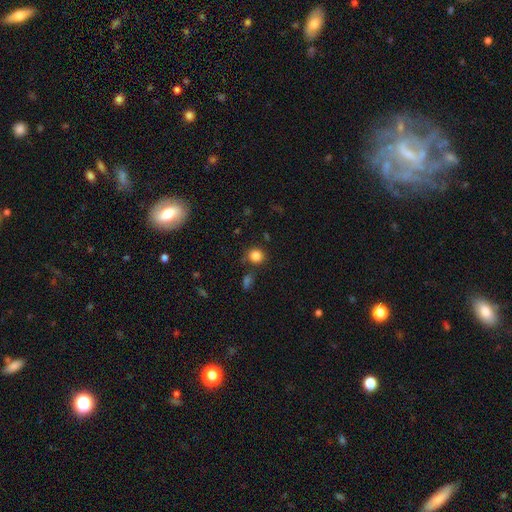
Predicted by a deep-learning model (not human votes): Q: Smooth or featured?
A: smooth (84%); runner-up: star or artifact (11%)
Q: How rounded?
A: round (83%); runner-up: in between (16%)
Q: Merging?
A: none (78%); runner-up: minor disturbance (12%)